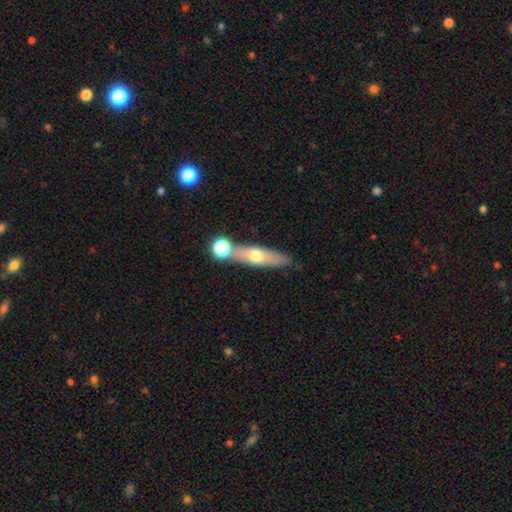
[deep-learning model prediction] Q: Smooth or featured?
A: smooth (52%); runner-up: featured or disk (40%)
Q: How rounded?
A: cigar-shaped (64%); runner-up: in between (31%)
Q: Merging?
A: none (69%); runner-up: merger (16%)